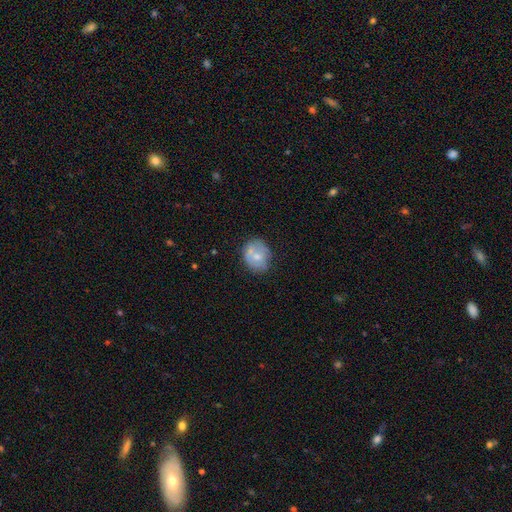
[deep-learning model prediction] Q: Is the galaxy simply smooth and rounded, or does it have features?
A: smooth — 57%.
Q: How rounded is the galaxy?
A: round — 62%.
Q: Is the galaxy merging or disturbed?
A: none — 56%.